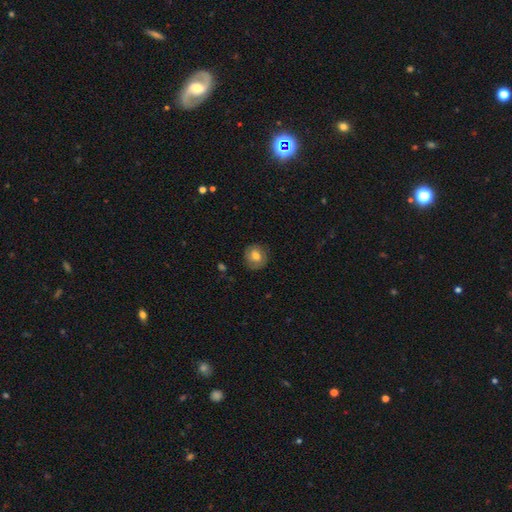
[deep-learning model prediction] Smooth or featured?
  - smooth: 67% *
  - featured or disk: 24%
  - star or artifact: 9%
How rounded?
  - round: 85% *
  - in between: 14%
  - cigar-shaped: 1%
Merging?
  - none: 83% *
  - minor disturbance: 13%
  - major disturbance: 3%
  - merger: 1%